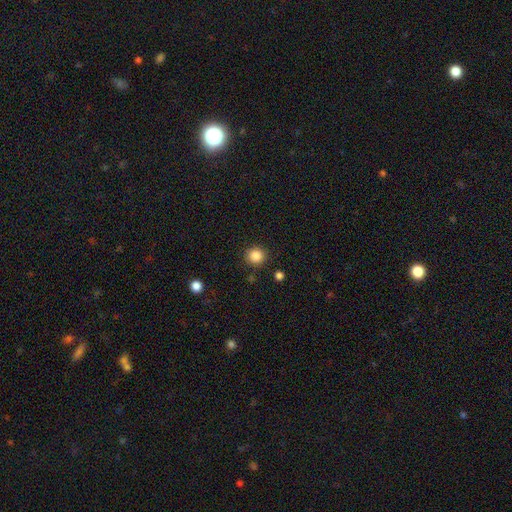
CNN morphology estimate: Smooth or featured? Predicted: smooth (p=0.85). How rounded? Predicted: round (p=0.93). Merging? Predicted: none (p=0.89).